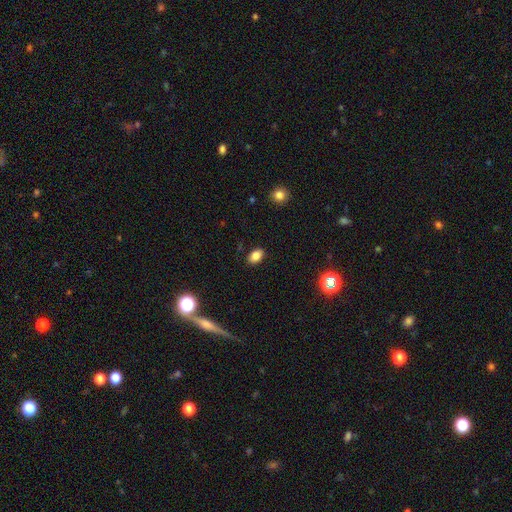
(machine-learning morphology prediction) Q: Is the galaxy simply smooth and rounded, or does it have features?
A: smooth — 84%.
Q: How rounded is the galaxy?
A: in between — 88%.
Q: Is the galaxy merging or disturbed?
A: none — 88%.